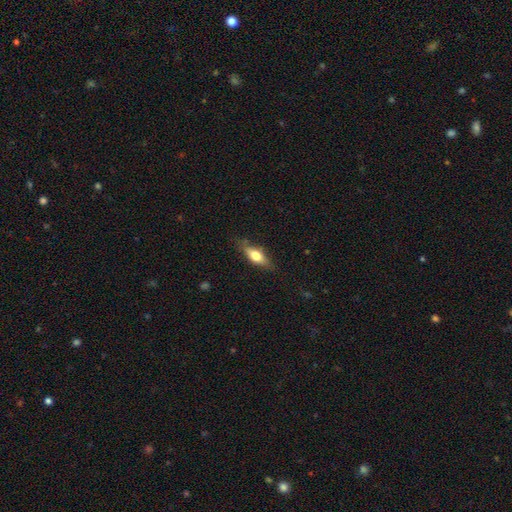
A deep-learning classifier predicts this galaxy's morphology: The model was most divided on "how rounded": in between: 64%, cigar-shaped: 32%, round: 4%. More confident: merging — none (77%); smooth or featured — smooth (64%).